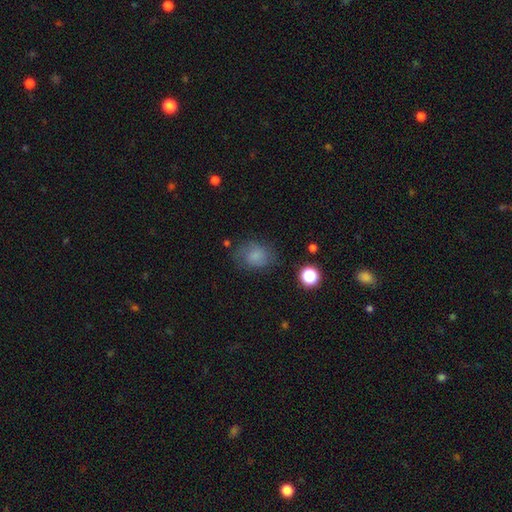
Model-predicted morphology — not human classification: Smooth or featured?
  - smooth: 74% *
  - featured or disk: 14%
  - star or artifact: 13%
How rounded?
  - in between: 50% *
  - round: 48%
  - cigar-shaped: 1%
Merging?
  - none: 67% *
  - minor disturbance: 22%
  - major disturbance: 9%
  - merger: 2%